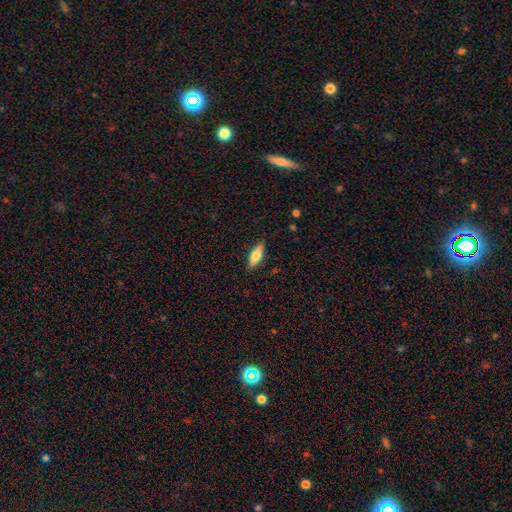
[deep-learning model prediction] Morphology: type=smooth (64%); roundness=in between (62%); merging=none (86%).